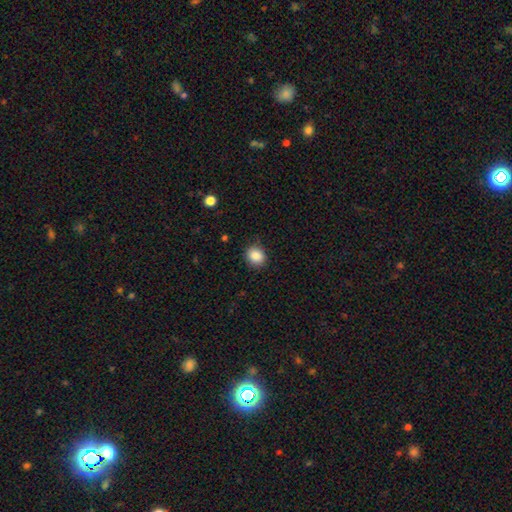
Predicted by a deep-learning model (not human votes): This appears to be a smooth galaxy with no disk features (88%) that is round (67%). Merging: none (85%).